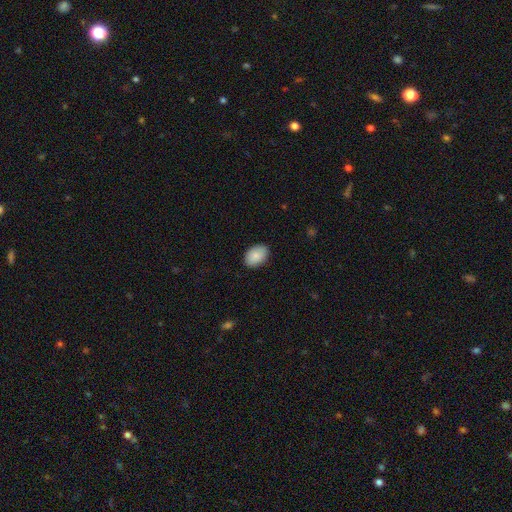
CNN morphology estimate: smooth 88%, star or artifact 6%, featured or disk 6%. Down the decision tree: how rounded — in between (86%); merging — none (87%).